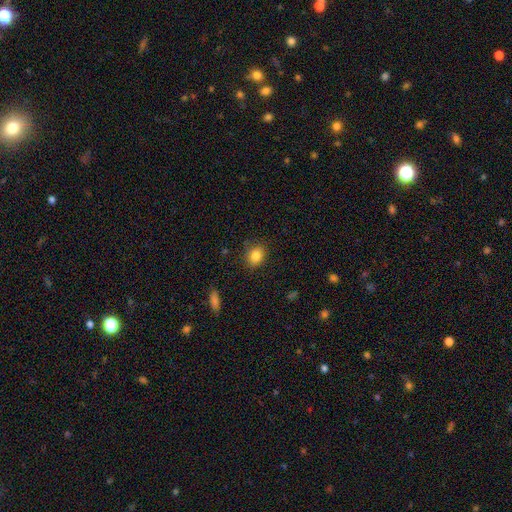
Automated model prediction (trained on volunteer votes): A smooth galaxy with no disk features (84%) that is round (54%). Merging: none (86%).